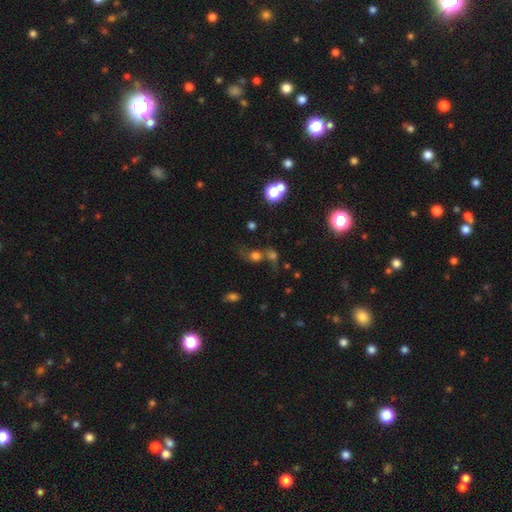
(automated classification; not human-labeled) This appears to be a smooth galaxy with no disk features (62%) that is round (68%). Merging: merger (48%).